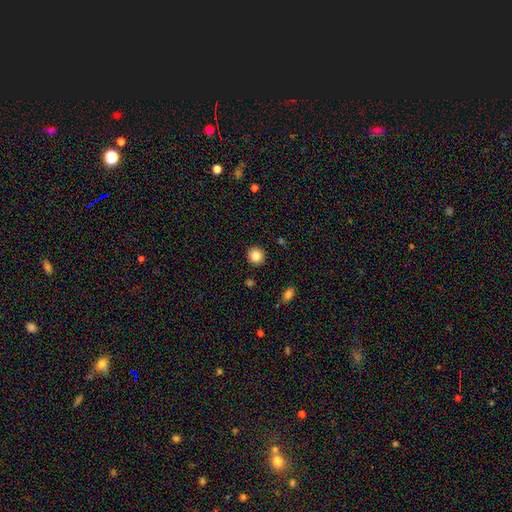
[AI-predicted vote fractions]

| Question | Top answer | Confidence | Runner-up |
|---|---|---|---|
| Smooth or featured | smooth | 85% | star or artifact (10%) |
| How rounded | round | 92% | in between (7%) |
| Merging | none | 92% | minor disturbance (5%) |